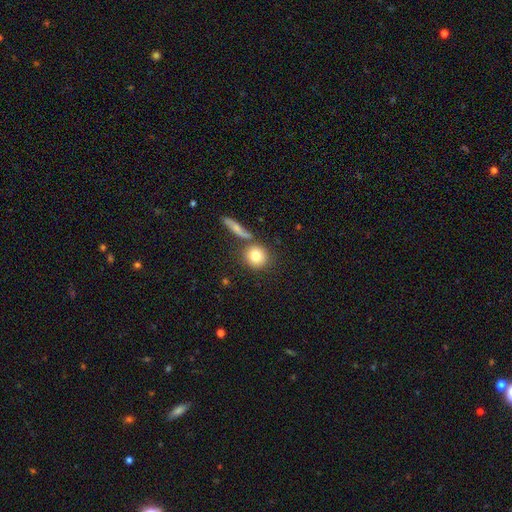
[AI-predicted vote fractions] Smooth or featured: smooth — 80% (featured or disk — 12%)
How rounded: round — 87% (in between — 11%)
Merging: none — 69% (merger — 17%)